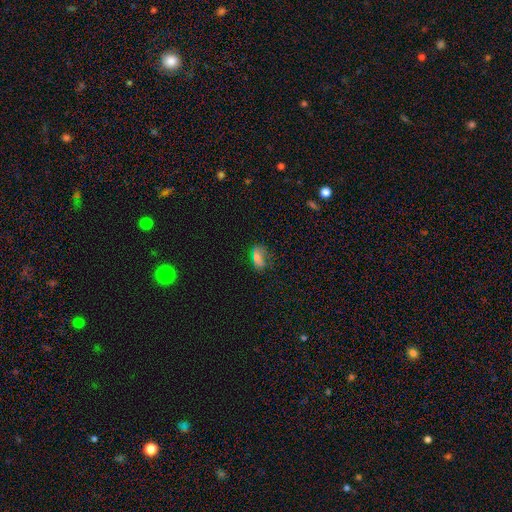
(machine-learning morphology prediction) Smooth or featured? smooth (55%)
How rounded? in between (81%)
Merging? none (54%)